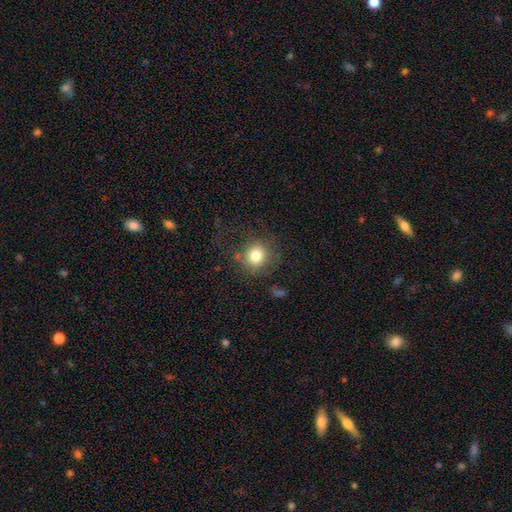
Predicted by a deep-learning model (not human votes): A smooth galaxy with no disk features (79%) that is round (89%).

Vote fractions:
- Smooth or featured? smooth: 79% / star or artifact: 12% / featured or disk: 9%
- How rounded? round: 89% / in between: 10% / cigar-shaped: 1%
- Merging? none: 74% / minor disturbance: 14% / major disturbance: 10% / merger: 2%